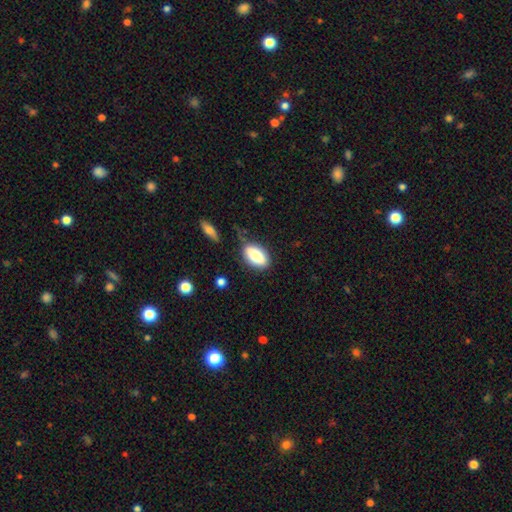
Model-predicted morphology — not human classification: This appears to be a smooth galaxy with no disk features (79%) that is in between round and cigar-shaped (90%). Merging: none (73%).